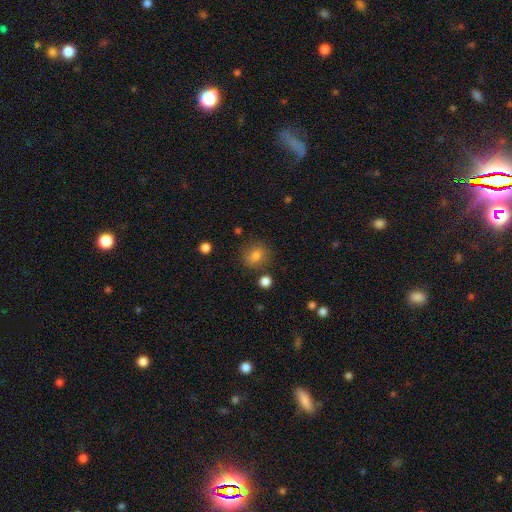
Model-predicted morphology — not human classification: A smooth galaxy with no disk features (80%) that is round (70%).

Vote fractions:
- Smooth or featured? smooth: 80% / star or artifact: 12% / featured or disk: 8%
- How rounded? round: 70% / in between: 29% / cigar-shaped: 1%
- Merging? none: 79% / minor disturbance: 12% / merger: 4% / major disturbance: 4%